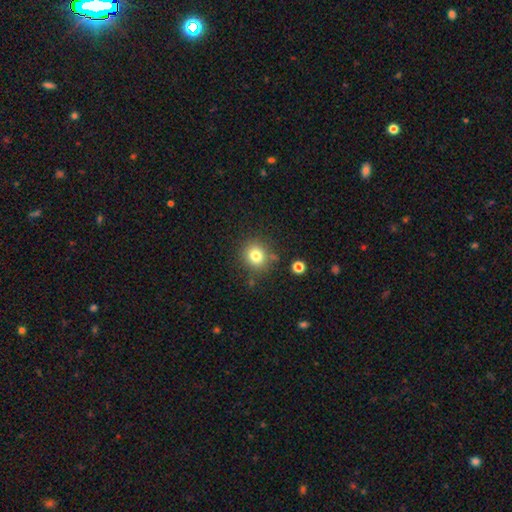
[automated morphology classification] Smooth or featured? Predicted: smooth (p=0.79). How rounded? Predicted: round (p=0.84). Merging? Predicted: none (p=0.80).